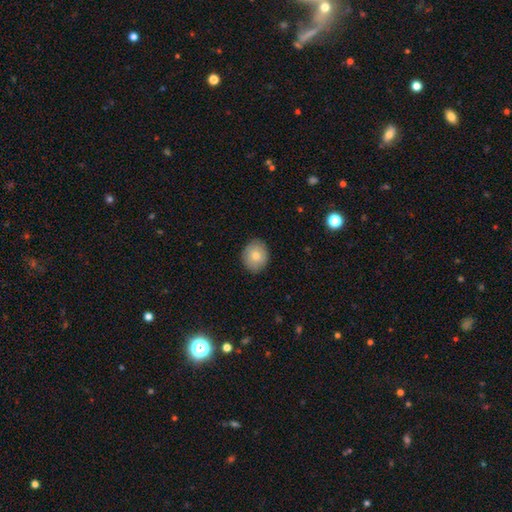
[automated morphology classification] A smooth galaxy with no disk features (78%) that is round (68%). Merging: none (86%).